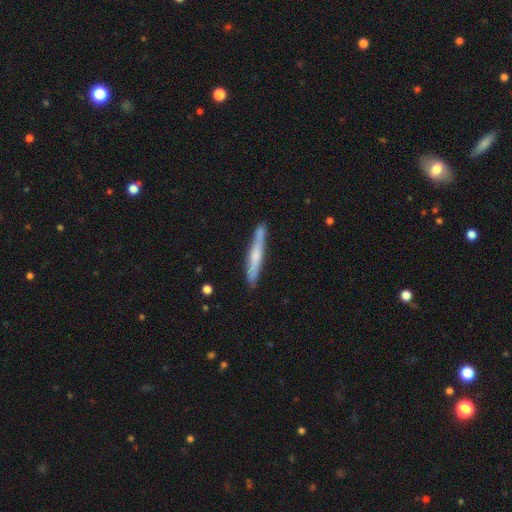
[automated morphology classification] Overall: smooth (47%, tied with featured or disk). Merging: none (81%).